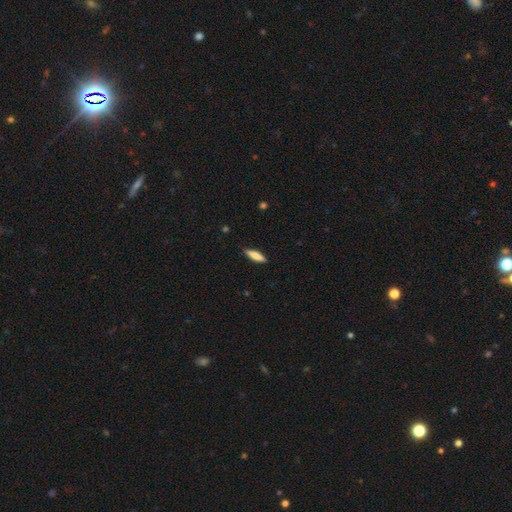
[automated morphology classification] Smooth or featured? smooth (75%)
How rounded? cigar-shaped (66%)
Merging? none (88%)